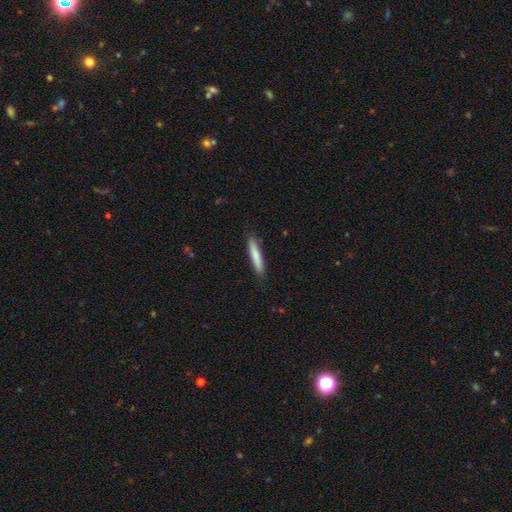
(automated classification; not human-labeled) smooth_or_featured: smooth (p=0.78) [alt: featured or disk p=0.16]
how_rounded: cigar-shaped (p=0.93) [alt: in between p=0.06]
merging: none (p=0.88) [alt: minor disturbance p=0.09]